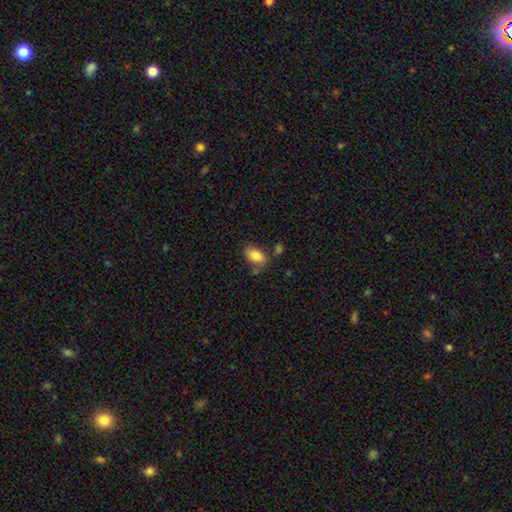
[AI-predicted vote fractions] This appears to be a smooth galaxy with no disk features (84%) that is in between round and cigar-shaped (89%). Merging: none (64%).